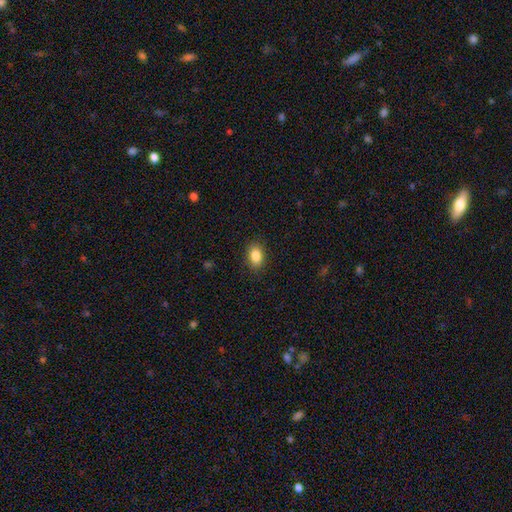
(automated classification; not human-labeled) Smooth or featured? Predicted: smooth (p=0.86). How rounded? Predicted: in between (p=0.82). Merging? Predicted: none (p=0.87).